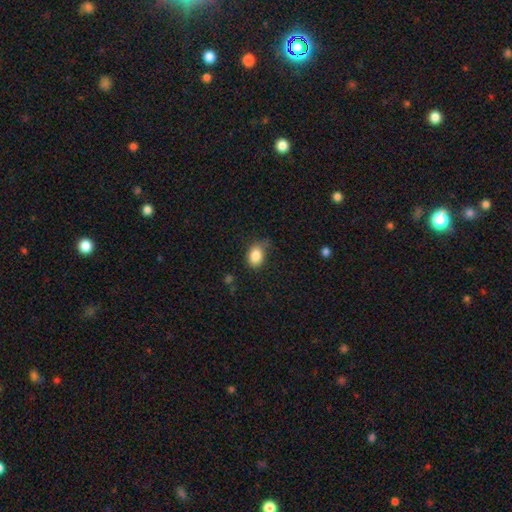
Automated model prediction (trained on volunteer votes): Morphology: type=smooth (85%); roundness=in between (70%); merging=none (61%).